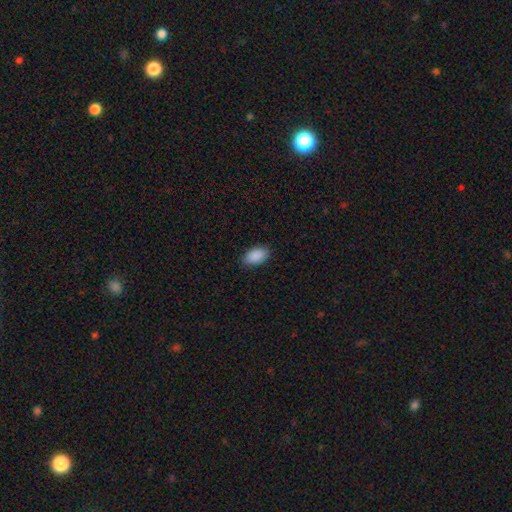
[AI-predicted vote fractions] This is clearly a smooth galaxy (91%). How rounded: clearly in between (94%). Merging: clearly none (87%).